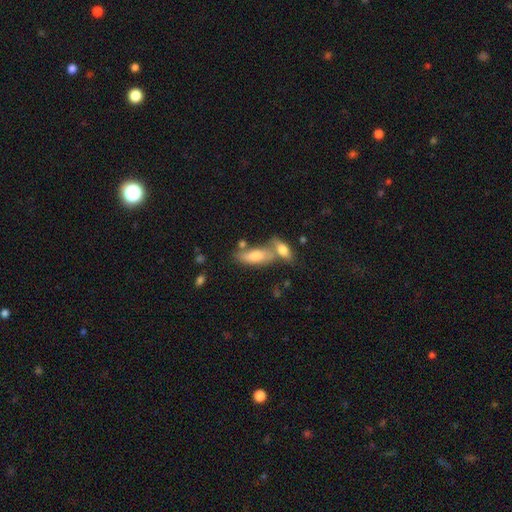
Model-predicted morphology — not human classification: A smooth galaxy with no disk features (69%) that is in between round and cigar-shaped (72%).

Vote fractions:
- Smooth or featured? smooth: 69% / featured or disk: 23% / star or artifact: 8%
- How rounded? in between: 72% / cigar-shaped: 25% / round: 3%
- Merging? merger: 42% / none: 41% / minor disturbance: 12% / major disturbance: 5%